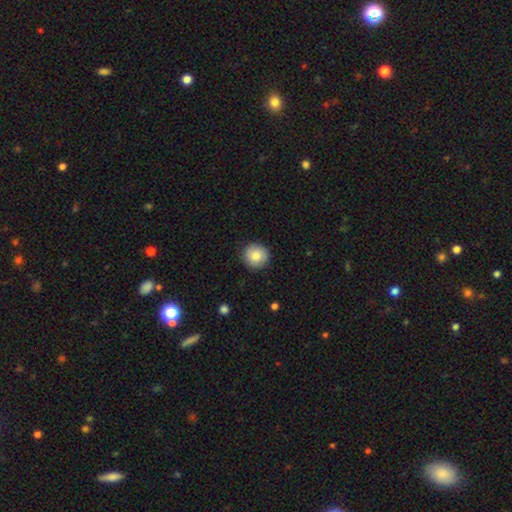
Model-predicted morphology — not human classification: Smooth or featured? Predicted: smooth (p=0.85). How rounded? Predicted: round (p=0.94). Merging? Predicted: none (p=0.89).